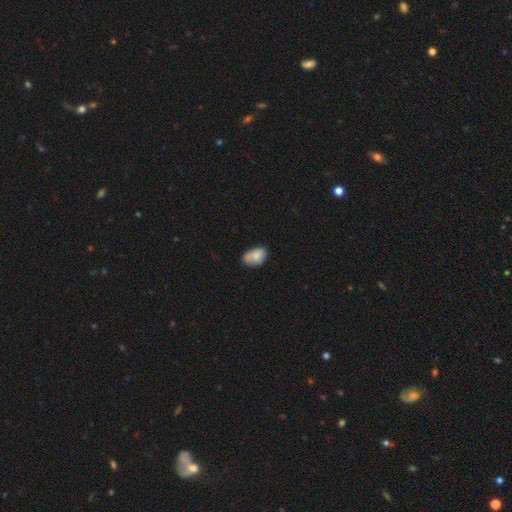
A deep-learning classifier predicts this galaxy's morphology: Smooth or featured? Predicted: smooth (p=0.80). How rounded? Predicted: in between (p=0.88). Merging? Predicted: none (p=0.61).